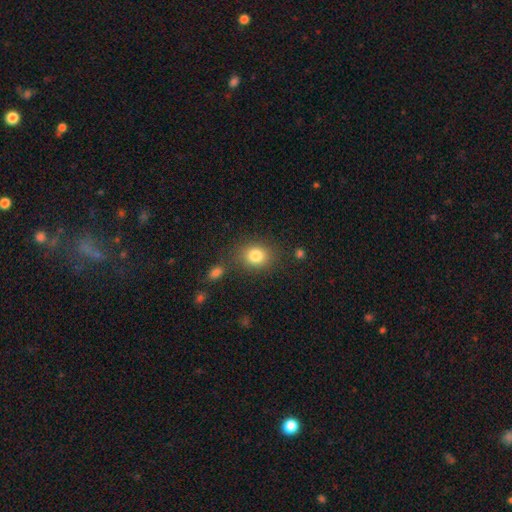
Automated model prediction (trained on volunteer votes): smooth-or-featured: smooth: 82% | star or artifact: 11% | featured or disk: 8%
  how-rounded: round: 57% | in between: 42% | cigar-shaped: 1%
  merging: none: 79% | minor disturbance: 11% | merger: 6% | major disturbance: 4%